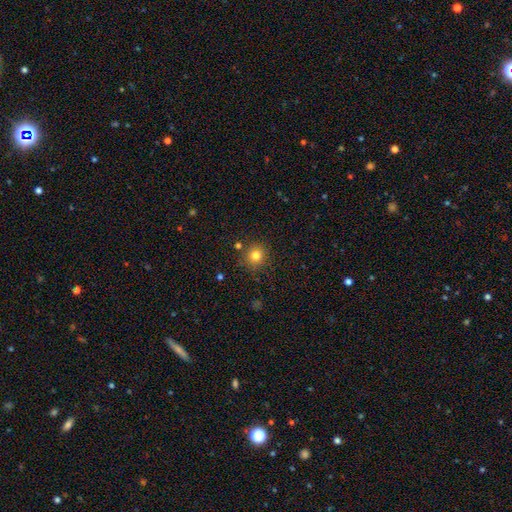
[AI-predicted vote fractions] This is likely a smooth galaxy (79%). How rounded: clearly round (92%). Merging: clearly none (86%).